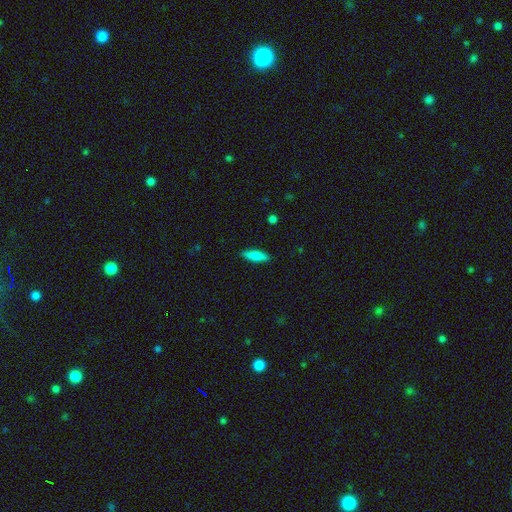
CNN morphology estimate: type=smooth (82%); roundness=cigar-shaped (55%); merging=none (89%).